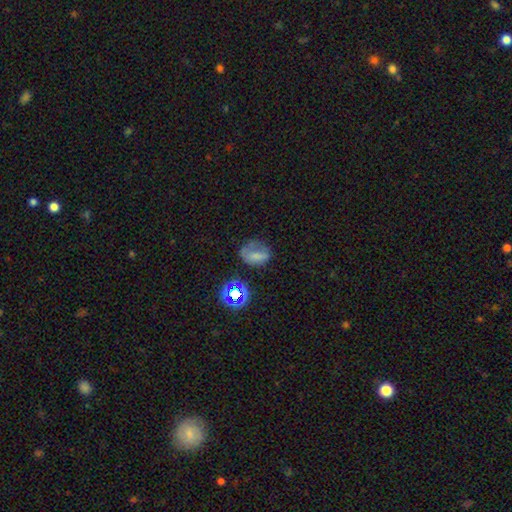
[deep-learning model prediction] smooth 59%, star or artifact 21%, featured or disk 20%. Down the decision tree: how rounded — in between (65%); merging — none (43%).